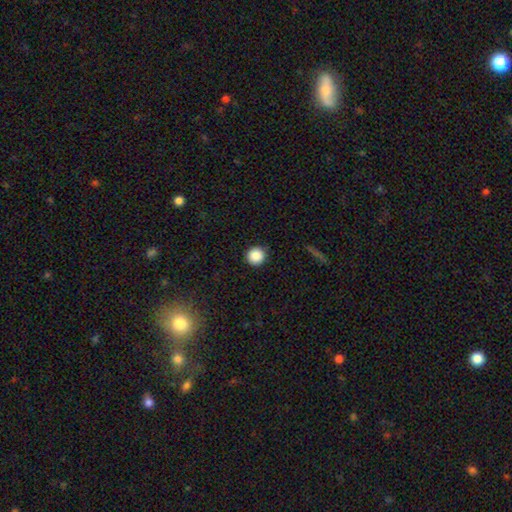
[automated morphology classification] The model was most divided on "smooth or featured": smooth: 87%, star or artifact: 10%, featured or disk: 3%. More confident: how rounded — round (96%); merging — none (92%).